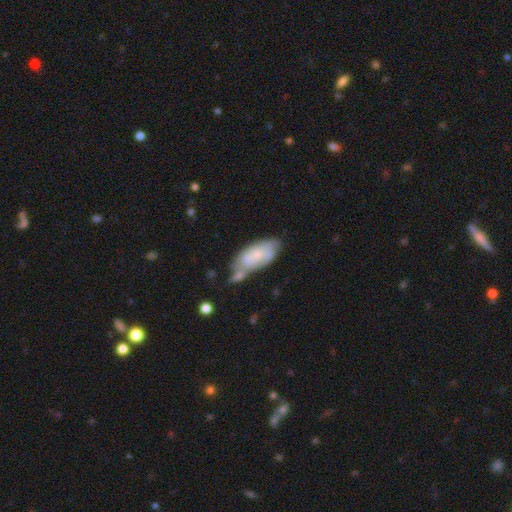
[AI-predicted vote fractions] smooth_or_featured: smooth (p=0.57) [alt: featured or disk p=0.36]
how_rounded: in between (p=0.86) [alt: cigar-shaped p=0.11]
merging: none (p=0.38) [alt: merger p=0.26]